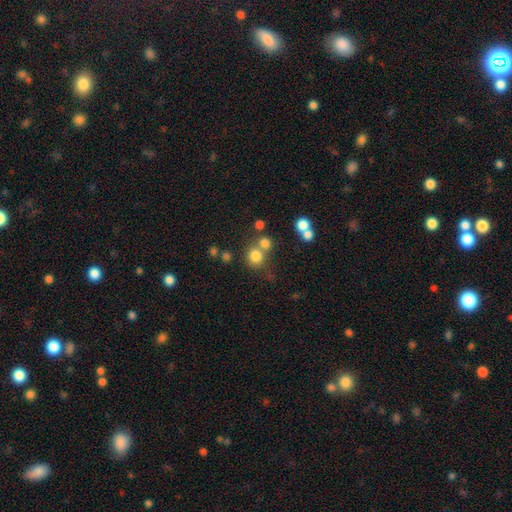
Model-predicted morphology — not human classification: The model was most divided on "merging": none: 59%, merger: 29%, minor disturbance: 8%, major disturbance: 4%. More confident: how rounded — round (87%); smooth or featured — smooth (76%).